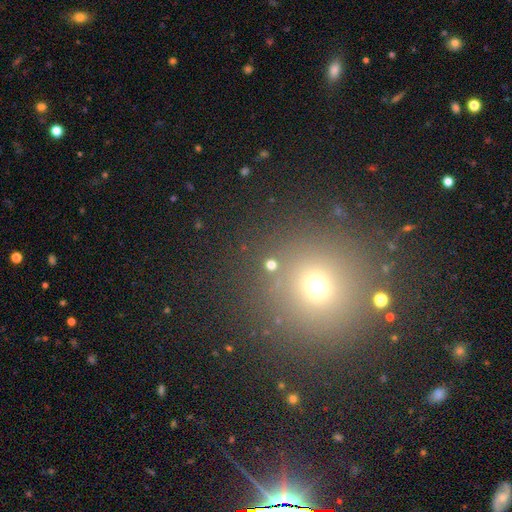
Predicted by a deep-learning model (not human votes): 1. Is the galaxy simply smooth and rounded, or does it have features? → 50% smooth, 41% star or artifact, 9% featured or disk.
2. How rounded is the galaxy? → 93% round, 6% in between, 1% cigar-shaped.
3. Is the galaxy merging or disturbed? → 87% none, 6% minor disturbance, 4% merger, 3% major disturbance.